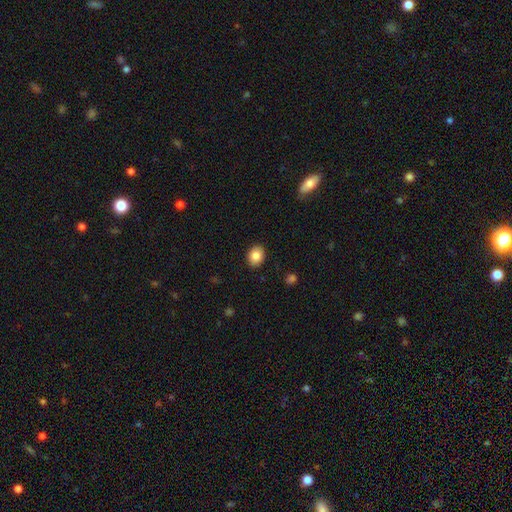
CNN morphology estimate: The model was most divided on "how rounded": in between: 62%, round: 38%, cigar-shaped: 1%. More confident: merging — none (90%); smooth or featured — smooth (85%).